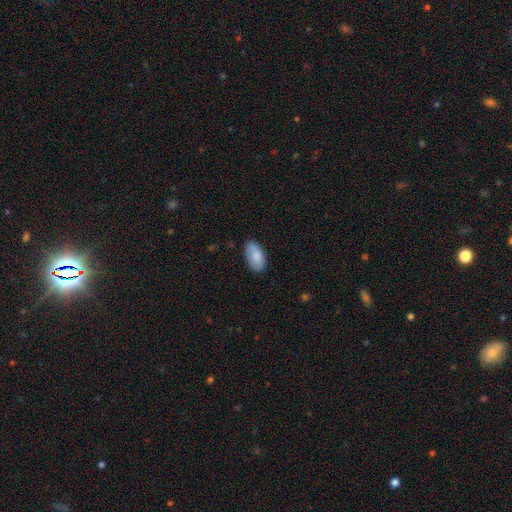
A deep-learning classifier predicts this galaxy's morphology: smooth 84%, featured or disk 10%, star or artifact 6%. Down the decision tree: how rounded — in between (94%); merging — none (80%).